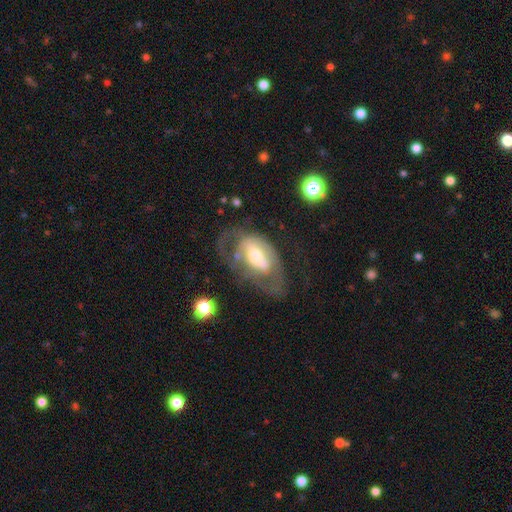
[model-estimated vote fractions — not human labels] Smooth or featured? featured or disk (70%)
Edge-on disk? no (93%)
Bar? no (45%)
Spiral arms? yes (65%)
Bulge size? moderate (49%)
Merging? none (42%)